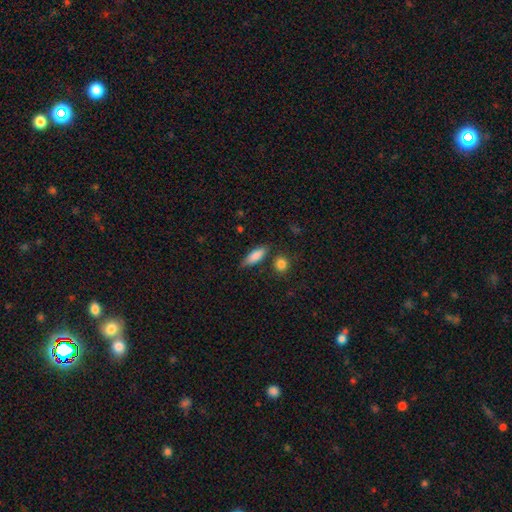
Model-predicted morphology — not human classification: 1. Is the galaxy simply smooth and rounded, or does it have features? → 83% smooth, 10% featured or disk, 7% star or artifact.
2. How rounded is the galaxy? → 63% in between, 34% cigar-shaped, 3% round.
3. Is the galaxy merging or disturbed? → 73% none, 17% minor disturbance, 6% merger, 4% major disturbance.